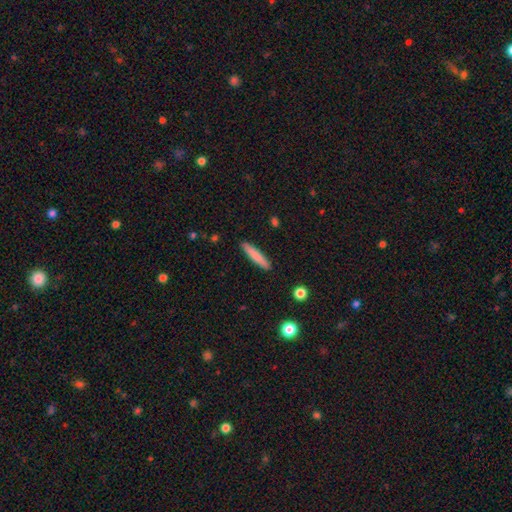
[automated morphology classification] type=smooth (80%); roundness=cigar-shaped (91%); merging=none (90%).